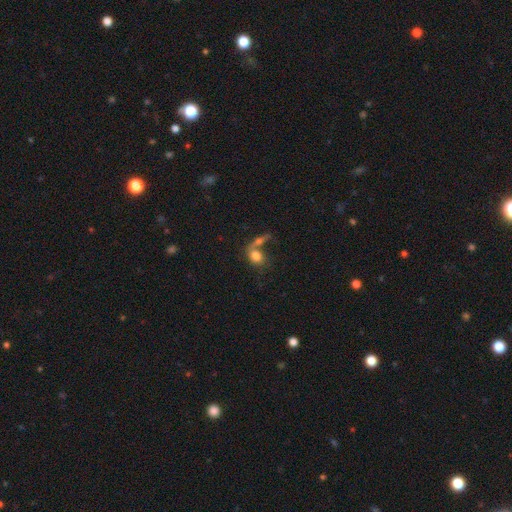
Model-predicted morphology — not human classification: A smooth galaxy with no disk features (72%) that is in between round and cigar-shaped (51%).

Vote fractions:
- Smooth or featured? smooth: 72% / featured or disk: 18% / star or artifact: 10%
- How rounded? in between: 51% / round: 45% / cigar-shaped: 4%
- Merging? merger: 50% / none: 29% / major disturbance: 11% / minor disturbance: 10%